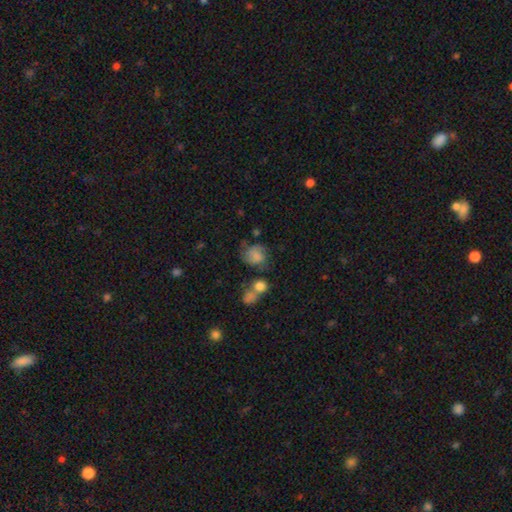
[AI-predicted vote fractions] The model was most divided on "merging": none: 43%, minor disturbance: 25%, major disturbance: 20%, merger: 12%. More confident: smooth or featured — smooth (64%); how rounded — round (60%).